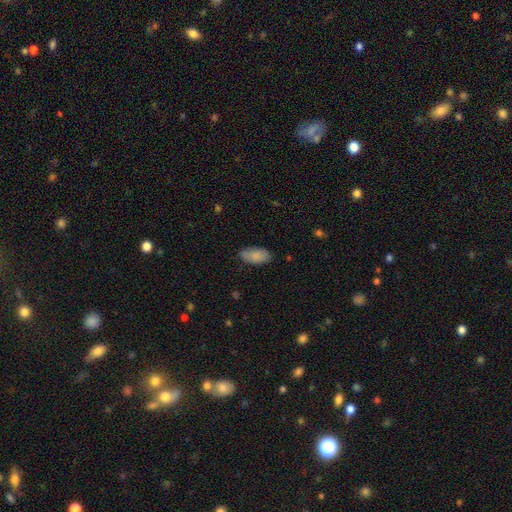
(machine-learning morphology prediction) smooth-or-featured: smooth: 87% | featured or disk: 7% | star or artifact: 7%
  how-rounded: in between: 92% | cigar-shaped: 5% | round: 3%
  merging: none: 79% | minor disturbance: 16% | major disturbance: 3% | merger: 1%